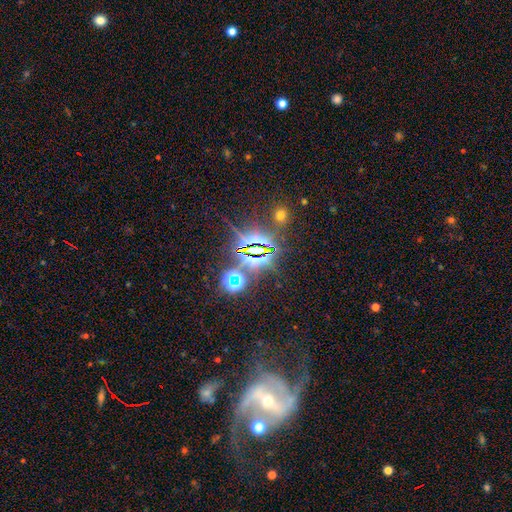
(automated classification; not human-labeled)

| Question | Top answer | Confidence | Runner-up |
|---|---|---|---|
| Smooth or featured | star or artifact | 80% | smooth (10%) |